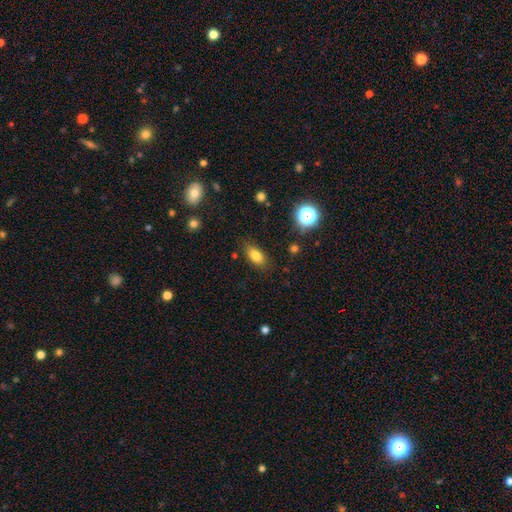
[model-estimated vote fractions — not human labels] Smooth or featured? smooth (79%)
How rounded? in between (85%)
Merging? none (82%)